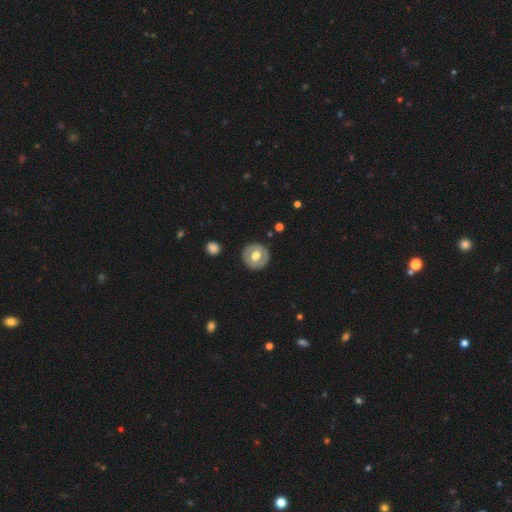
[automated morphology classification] This is possibly a smooth galaxy (49%). Merging: clearly none (87%).